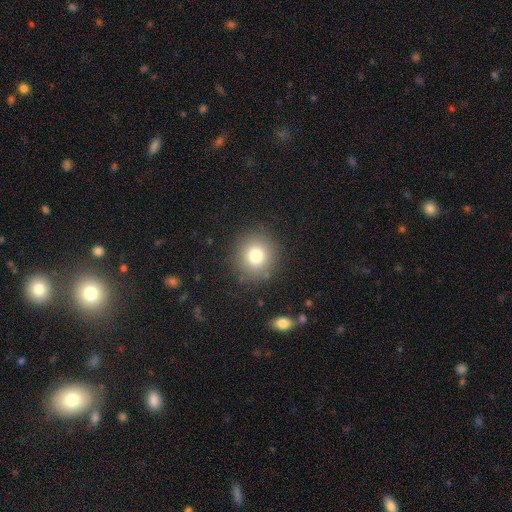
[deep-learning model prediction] Smooth or featured?
  - smooth: 78% *
  - star or artifact: 13%
  - featured or disk: 10%
How rounded?
  - round: 90% *
  - in between: 9%
  - cigar-shaped: 1%
Merging?
  - none: 87% *
  - minor disturbance: 8%
  - major disturbance: 3%
  - merger: 2%